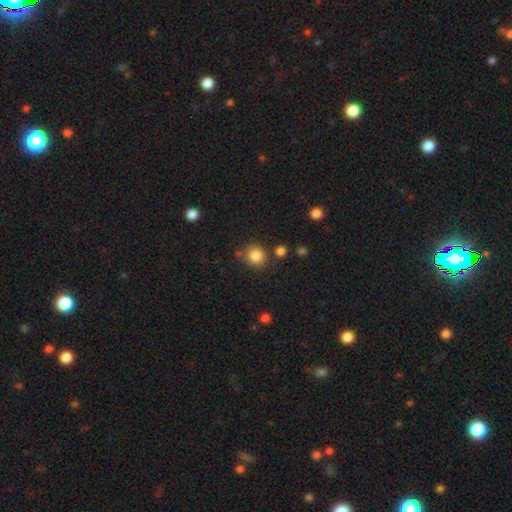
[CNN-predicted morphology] A smooth galaxy with no disk features (84%) that is round (85%).

Vote fractions:
- Smooth or featured? smooth: 84% / star or artifact: 11% / featured or disk: 5%
- How rounded? round: 85% / in between: 15% / cigar-shaped: 1%
- Merging? none: 77% / minor disturbance: 12% / merger: 8% / major disturbance: 4%